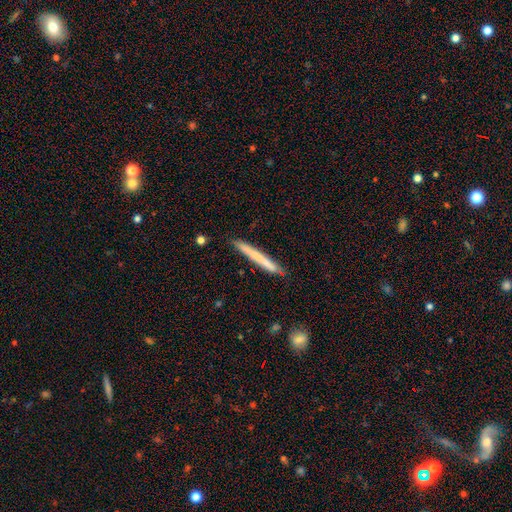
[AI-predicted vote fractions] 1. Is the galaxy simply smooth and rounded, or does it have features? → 67% smooth, 28% featured or disk, 6% star or artifact.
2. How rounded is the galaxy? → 97% cigar-shaped, 2% in between, 1% round.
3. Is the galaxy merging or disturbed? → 86% none, 10% minor disturbance, 2% merger, 2% major disturbance.